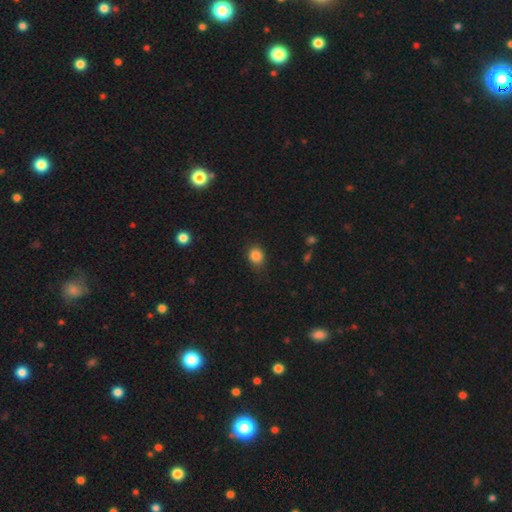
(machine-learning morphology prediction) type=smooth (85%); roundness=round (65%); merging=none (79%).